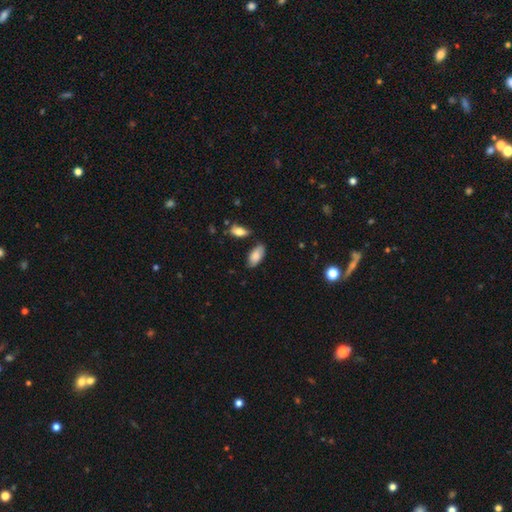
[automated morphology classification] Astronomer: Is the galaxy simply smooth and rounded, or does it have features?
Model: smooth — 77%.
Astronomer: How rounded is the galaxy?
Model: in between — 91%.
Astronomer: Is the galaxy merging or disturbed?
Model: none — 72%.